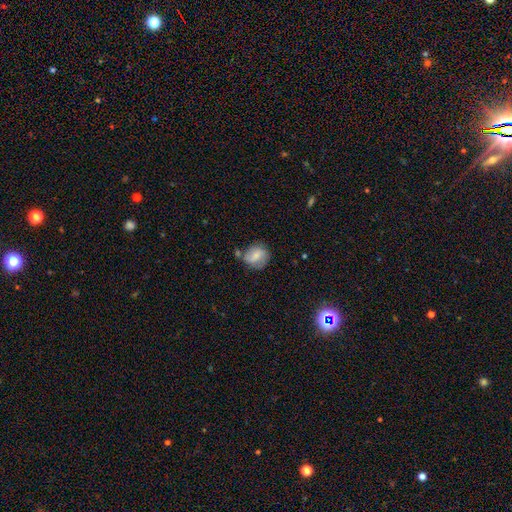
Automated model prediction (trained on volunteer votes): A smooth galaxy with no disk features (60%) that is round (69%). Merging: none (59%).